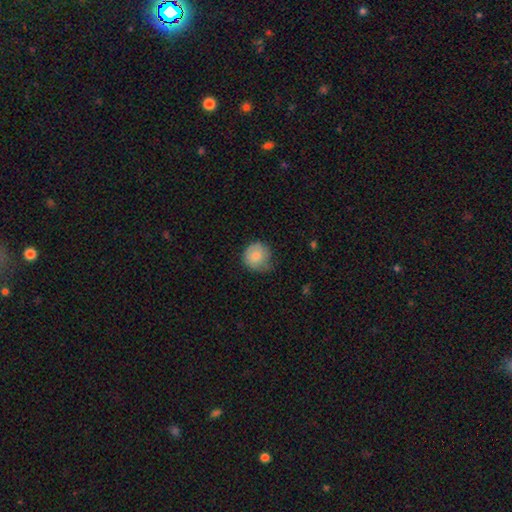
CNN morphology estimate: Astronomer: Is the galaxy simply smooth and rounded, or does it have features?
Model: smooth — 81%.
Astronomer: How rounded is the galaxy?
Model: round — 90%.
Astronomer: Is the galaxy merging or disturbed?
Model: none — 57% (runner-up: minor disturbance, 34%).